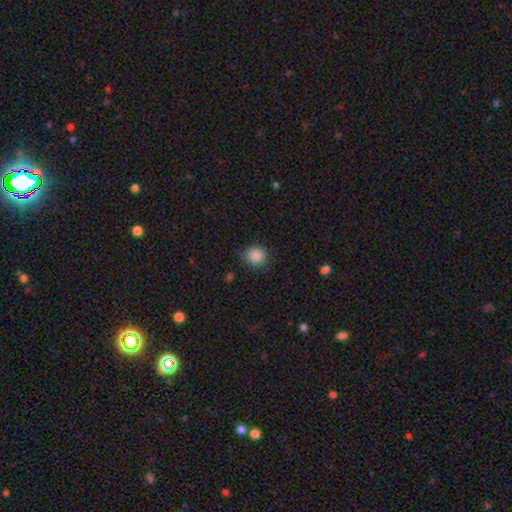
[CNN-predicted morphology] A smooth galaxy with no disk features (87%) that is round (86%). Merging: none (80%).